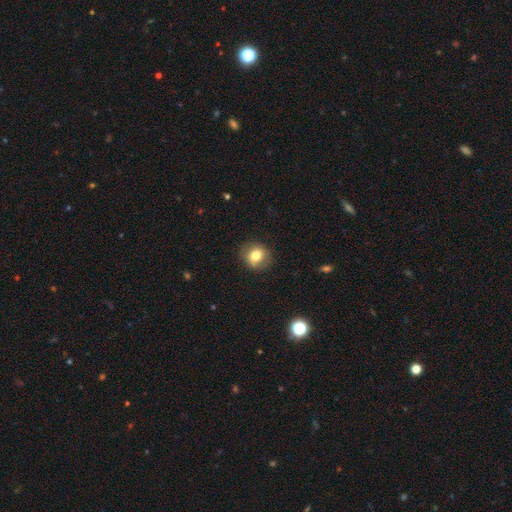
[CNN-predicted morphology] A smooth galaxy with no disk features (74%) that is round (69%). Merging: none (84%).